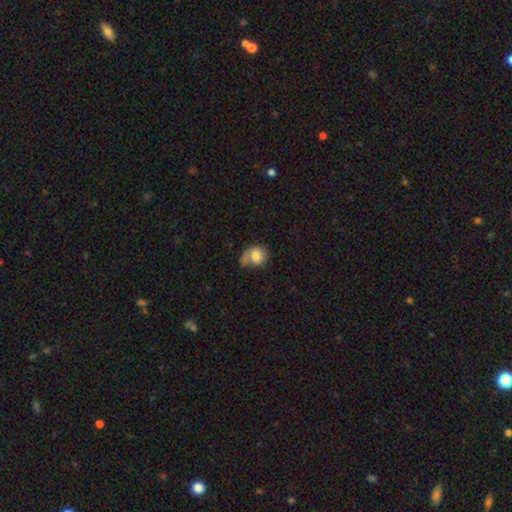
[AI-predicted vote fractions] Q: Smooth or featured?
A: smooth (70%); runner-up: featured or disk (21%)
Q: How rounded?
A: in between (51%); runner-up: round (48%)
Q: Merging?
A: none (36%); runner-up: minor disturbance (32%)